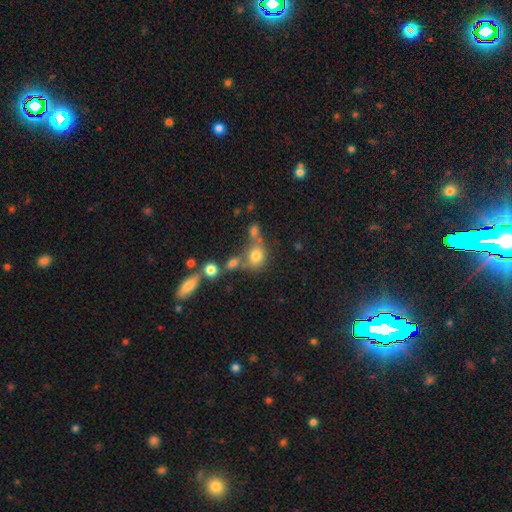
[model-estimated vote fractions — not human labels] Smooth or featured: smooth — 75% (star or artifact — 13%)
How rounded: round — 62% (in between — 36%)
Merging: none — 46% (merger — 33%)